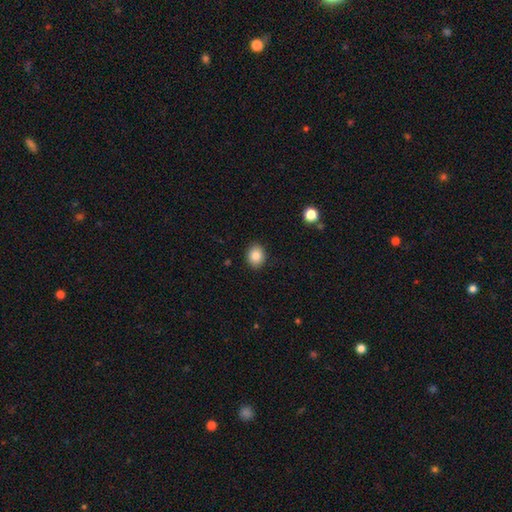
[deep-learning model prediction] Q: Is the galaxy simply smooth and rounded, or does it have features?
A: smooth — 85%.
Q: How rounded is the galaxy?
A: round — 59%.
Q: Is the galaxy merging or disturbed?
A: none — 90%.